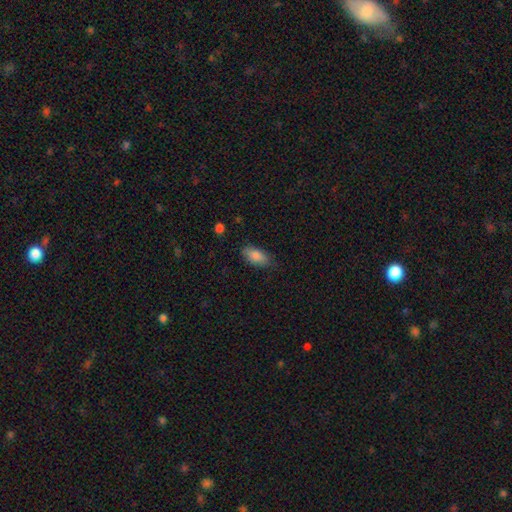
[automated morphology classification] smooth_or_featured: smooth (p=0.86) [alt: featured or disk p=0.07]
how_rounded: in between (p=0.90) [alt: cigar-shaped p=0.07]
merging: none (p=0.80) [alt: minor disturbance p=0.15]